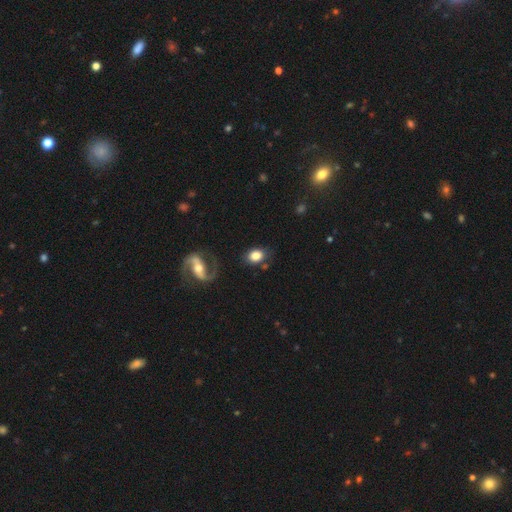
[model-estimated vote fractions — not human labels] Smooth or featured?
  - smooth: 74% *
  - featured or disk: 18%
  - star or artifact: 8%
How rounded?
  - in between: 62% *
  - round: 36%
  - cigar-shaped: 2%
Merging?
  - none: 76% *
  - minor disturbance: 14%
  - major disturbance: 6%
  - merger: 4%